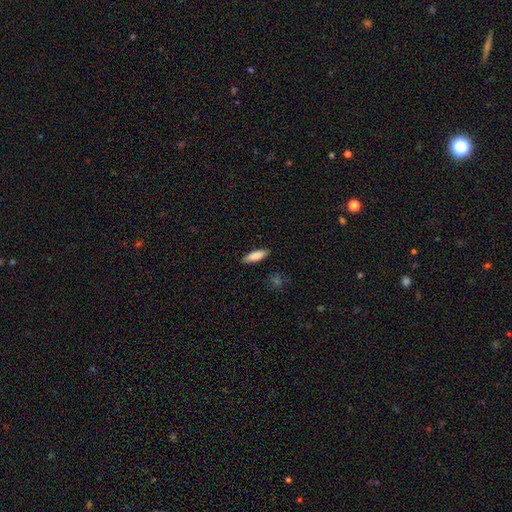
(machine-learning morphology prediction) A smooth galaxy with no disk features (85%) that is in between round and cigar-shaped (56%).

Vote fractions:
- Smooth or featured? smooth: 85% / featured or disk: 9% / star or artifact: 6%
- How rounded? in between: 56% / cigar-shaped: 42% / round: 2%
- Merging? none: 85% / minor disturbance: 12% / major disturbance: 2% / merger: 1%